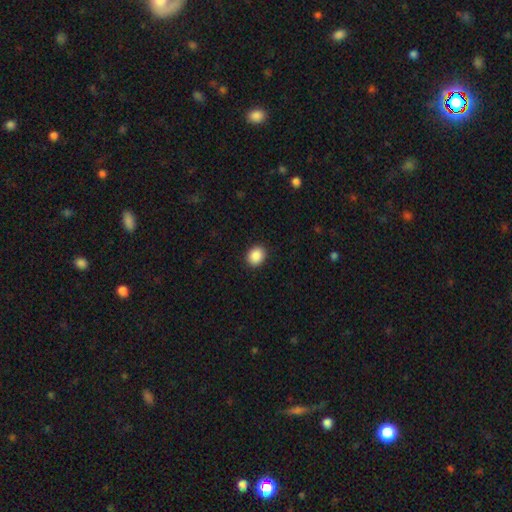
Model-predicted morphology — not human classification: The model was most divided on "how rounded": round: 63%, in between: 36%, cigar-shaped: 1%. More confident: merging — none (91%); smooth or featured — smooth (89%).